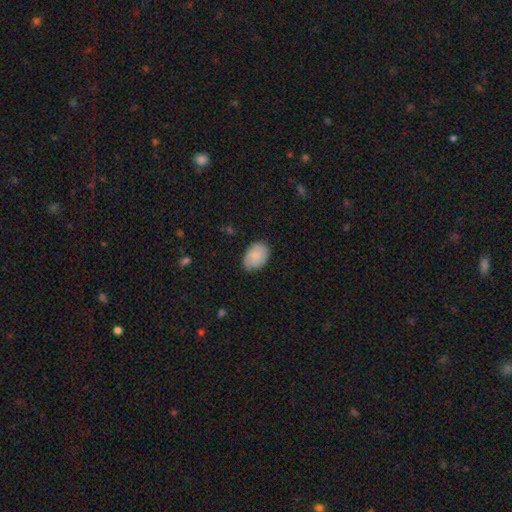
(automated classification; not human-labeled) smooth-or-featured: smooth: 86% | featured or disk: 8% | star or artifact: 6%
  how-rounded: in between: 84% | round: 15% | cigar-shaped: 1%
  merging: none: 76% | minor disturbance: 20% | major disturbance: 3% | merger: 1%